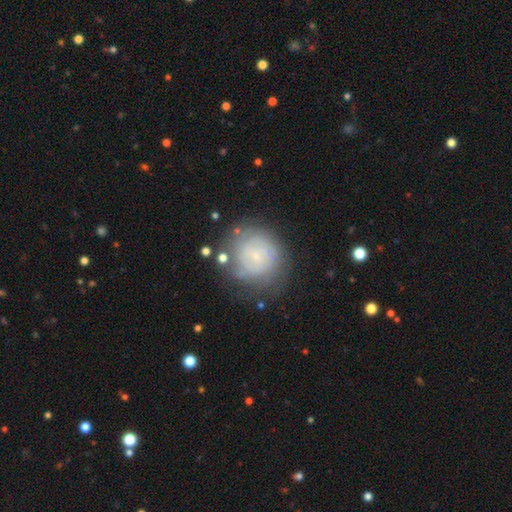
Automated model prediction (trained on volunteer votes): A featured or disk galaxy (47%).

Vote fractions:
- Smooth or featured? featured or disk: 47% / smooth: 43% / star or artifact: 10%
- Merging? none: 67% / minor disturbance: 19% / major disturbance: 11% / merger: 4%